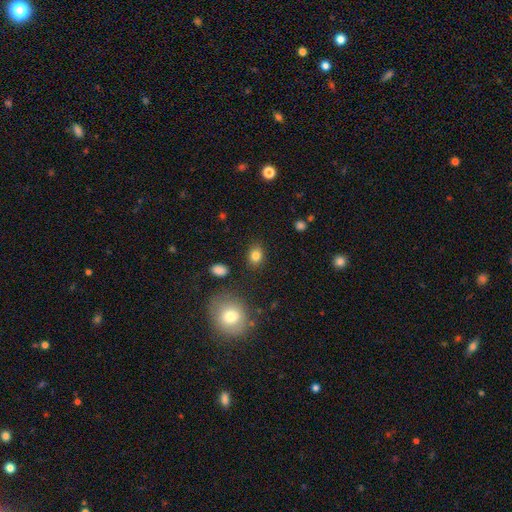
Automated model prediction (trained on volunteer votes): smooth 83%, star or artifact 10%, featured or disk 7%. Down the decision tree: how rounded — in between (58%); merging — none (85%).